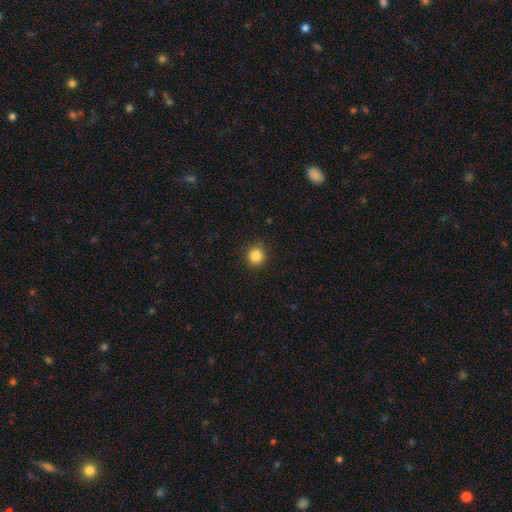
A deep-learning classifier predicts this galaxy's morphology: Overall: smooth (85%). How rounded: round (92%). Merging: none (89%).